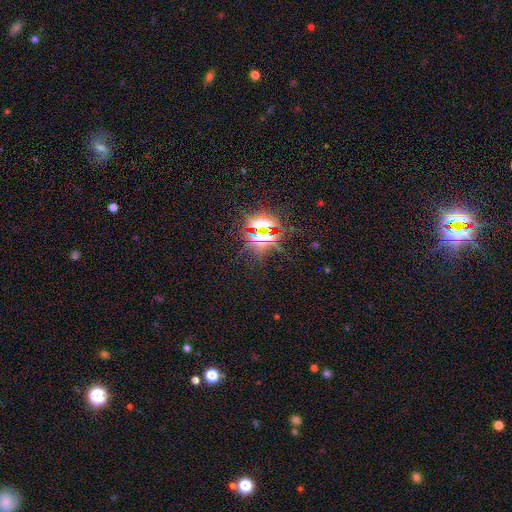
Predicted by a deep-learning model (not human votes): This appears to be a star or artifact, not a galaxy (83%).